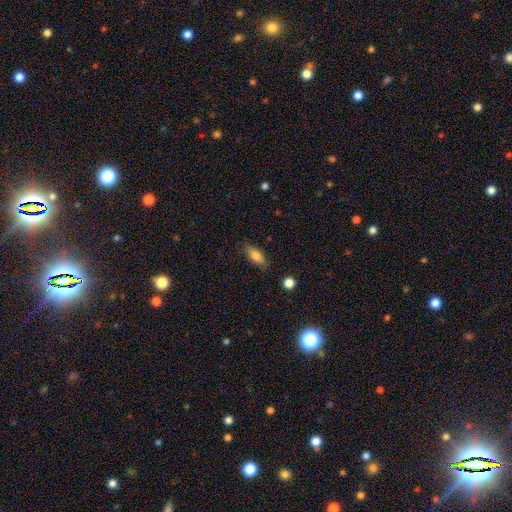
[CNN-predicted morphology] Smooth or featured?
  - smooth: 74% *
  - featured or disk: 19%
  - star or artifact: 8%
How rounded?
  - in between: 67% *
  - cigar-shaped: 29%
  - round: 3%
Merging?
  - none: 79% *
  - minor disturbance: 16%
  - major disturbance: 3%
  - merger: 2%